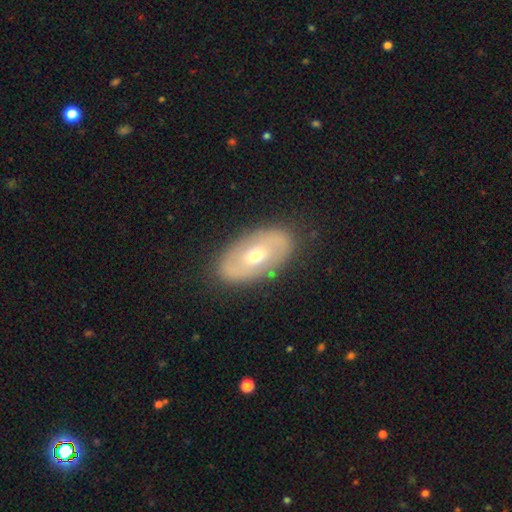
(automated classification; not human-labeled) A featured or disk galaxy (54%). Merging: none (84%).